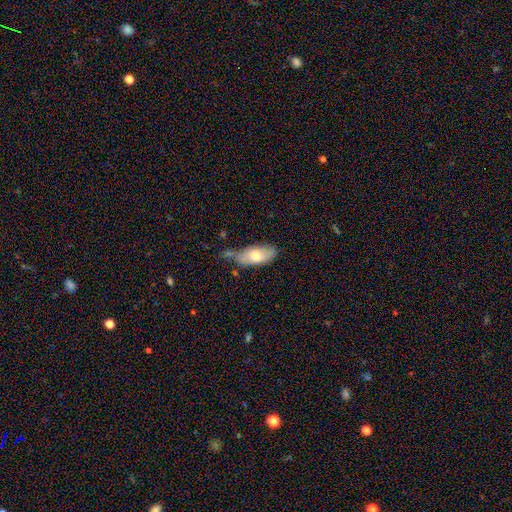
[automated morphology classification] Smooth or featured: smooth — 72% (featured or disk — 21%)
How rounded: in between — 88% (cigar-shaped — 9%)
Merging: none — 53% (minor disturbance — 28%)